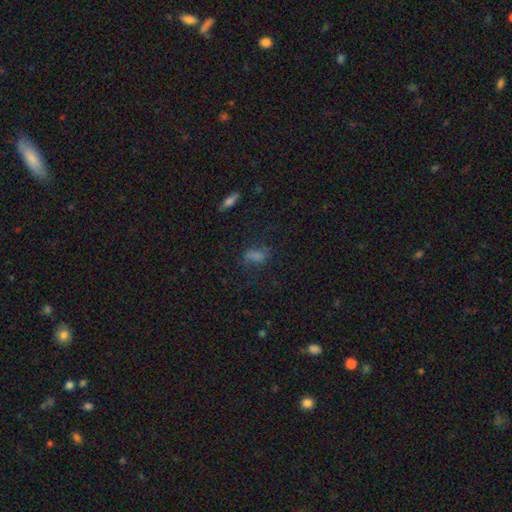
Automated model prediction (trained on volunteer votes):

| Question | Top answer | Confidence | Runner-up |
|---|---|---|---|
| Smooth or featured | smooth | 56% | star or artifact (26%) |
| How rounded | in between | 72% | cigar-shaped (15%) |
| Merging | none | 62% | minor disturbance (21%) |